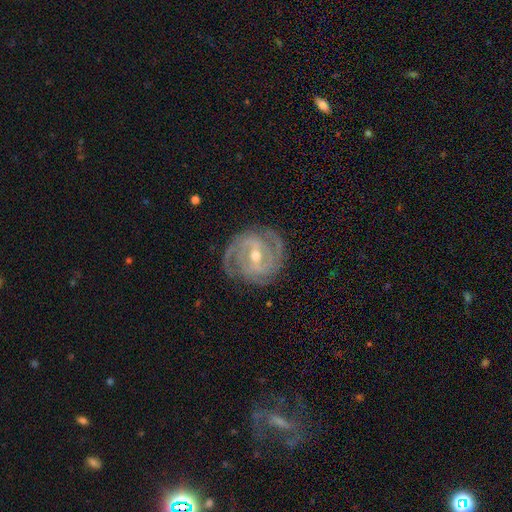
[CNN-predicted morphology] smooth-or-featured: featured or disk: 90% | smooth: 5% | star or artifact: 5%
  disk-edge-on: no: 97% | yes: 3%
    bar: weak: 44% | strong: 39% | no: 16%
    has-spiral-arms: yes: 97% | no: 3%
      spiral-winding: tight: 68% | medium: 27% | loose: 5%
      spiral-arm-count: 2: 38% | 3: 29% | can't tell: 14% | 4: 9% | 1: 5% | more than 4: 5%
    bulge-size: moderate: 56% | small: 42% | large: 1% | none: 1% | dominant: 1%
  merging: none: 81% | minor disturbance: 13% | major disturbance: 4% | merger: 1%